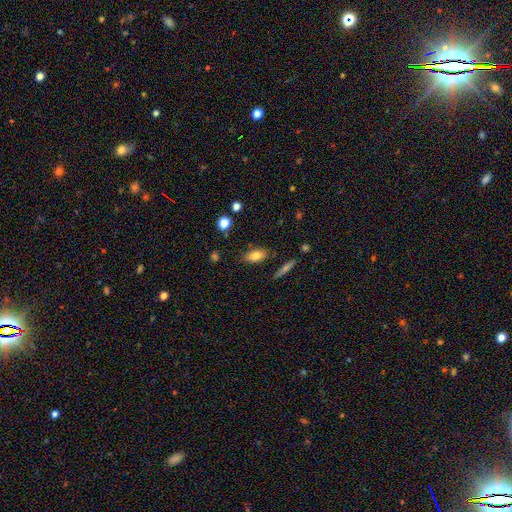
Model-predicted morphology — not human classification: smooth 79%, featured or disk 13%, star or artifact 9%. Down the decision tree: how rounded — in between (84%); merging — none (81%).